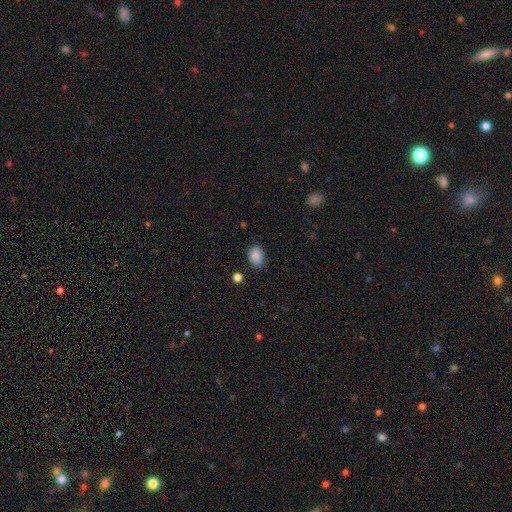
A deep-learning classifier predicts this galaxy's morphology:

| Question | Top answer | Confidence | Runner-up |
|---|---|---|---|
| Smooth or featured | smooth | 88% | star or artifact (8%) |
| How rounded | in between | 79% | round (20%) |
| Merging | none | 78% | minor disturbance (16%) |